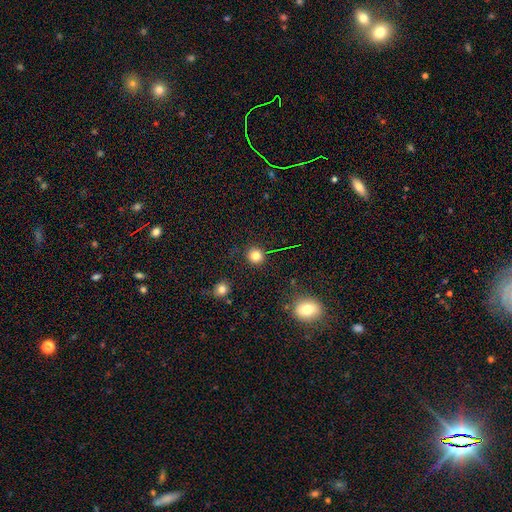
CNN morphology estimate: smooth_or_featured: smooth (p=0.81) [alt: star or artifact p=0.13]
how_rounded: round (p=0.93) [alt: in between p=0.07]
merging: none (p=0.90) [alt: minor disturbance p=0.06]